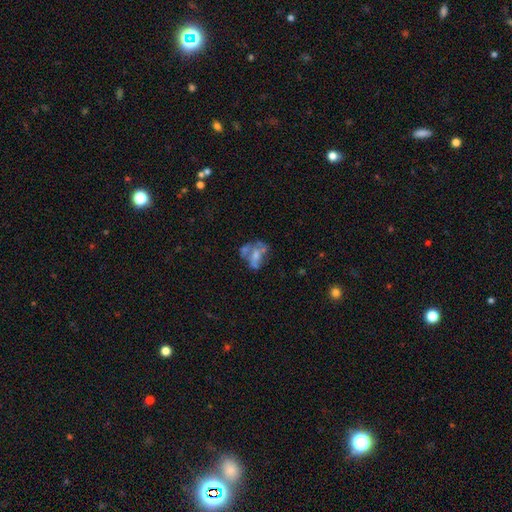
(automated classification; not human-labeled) This appears to be a featured or disk galaxy (55%) with no bar (78%), no spiral arms (80%) and a moderate central bulge (40%). Merging: none (33%).